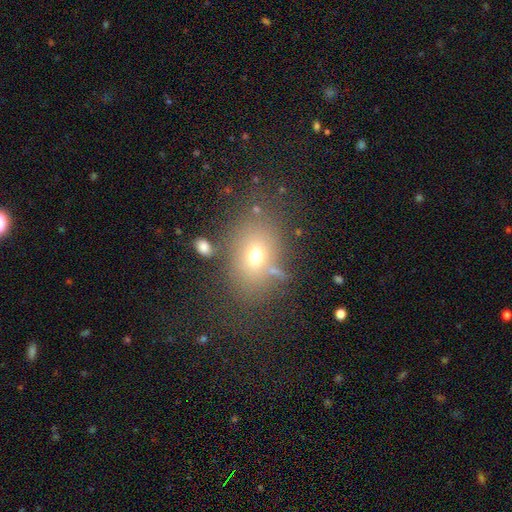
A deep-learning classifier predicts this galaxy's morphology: type=smooth (65%); roundness=in between (64%); merging=none (69%).